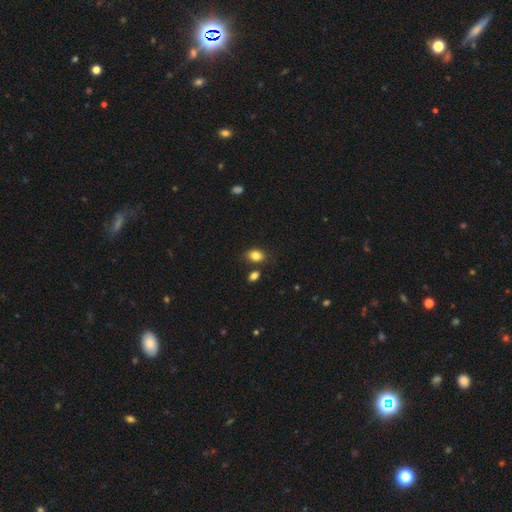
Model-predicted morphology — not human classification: A smooth galaxy with no disk features (84%) that is in between round and cigar-shaped (74%).

Vote fractions:
- Smooth or featured? smooth: 84% / star or artifact: 10% / featured or disk: 6%
- How rounded? in between: 74% / round: 25% / cigar-shaped: 1%
- Merging? none: 78% / minor disturbance: 12% / merger: 8% / major disturbance: 3%